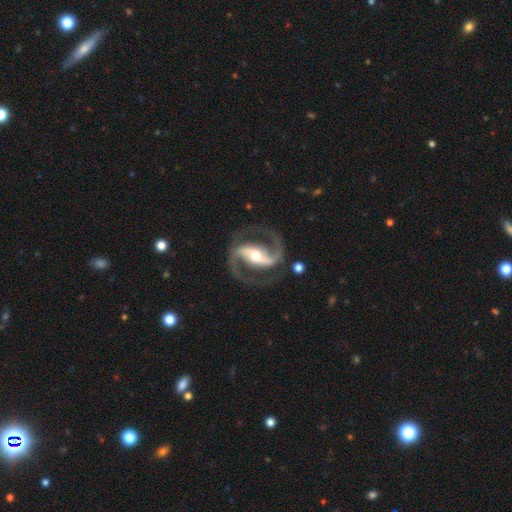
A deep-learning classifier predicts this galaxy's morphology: smooth-or-featured: featured or disk: 93% | star or artifact: 4% | smooth: 3%
  disk-edge-on: no: 97% | yes: 3%
    bar: strong: 63% | weak: 24% | no: 13%
    has-spiral-arms: yes: 98% | no: 2%
      spiral-winding: medium: 65% | tight: 19% | loose: 17%
      spiral-arm-count: 2: 94% | can't tell: 1% | 1: 1% | 3: 1% | 4: 1% | more than 4: 1%
    bulge-size: moderate: 64% | small: 25% | large: 9% | dominant: 1% | none: 1%
  merging: none: 84% | minor disturbance: 10% | major disturbance: 5% | merger: 1%